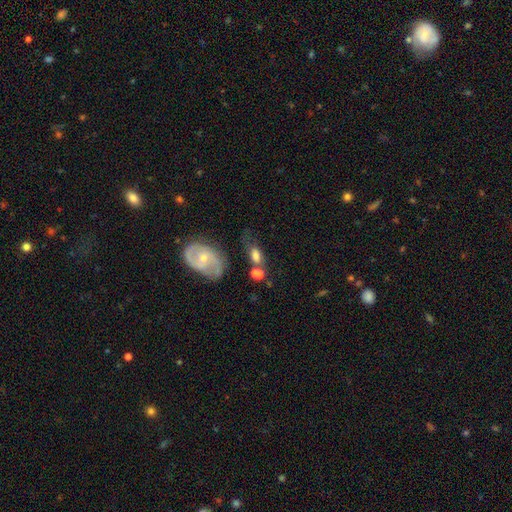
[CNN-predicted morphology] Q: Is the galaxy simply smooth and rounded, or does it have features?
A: smooth — 63%.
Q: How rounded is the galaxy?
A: in between — 81%.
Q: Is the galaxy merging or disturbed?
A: none — 43%.